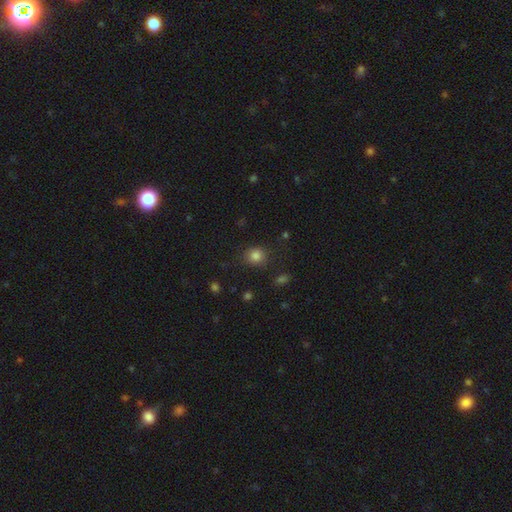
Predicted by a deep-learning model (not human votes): Q: Smooth or featured?
A: smooth (82%); runner-up: star or artifact (13%)
Q: How rounded?
A: round (81%); runner-up: in between (18%)
Q: Merging?
A: none (82%); runner-up: minor disturbance (11%)